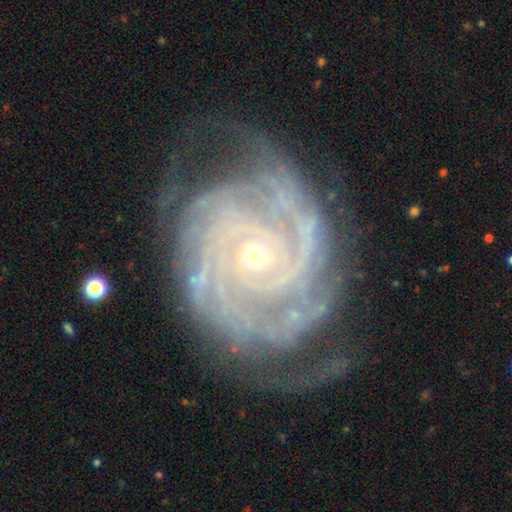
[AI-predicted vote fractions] Overall: featured or disk (92%). Edge-on disk: no (97%). Bar: no (71%). Spiral arms: yes (98%). Spiral arm count: 2 (25%; can't tell 20%). Spiral winding: tight (80%). Bulge size: small (66%; moderate 31%). Merging: none (68%).